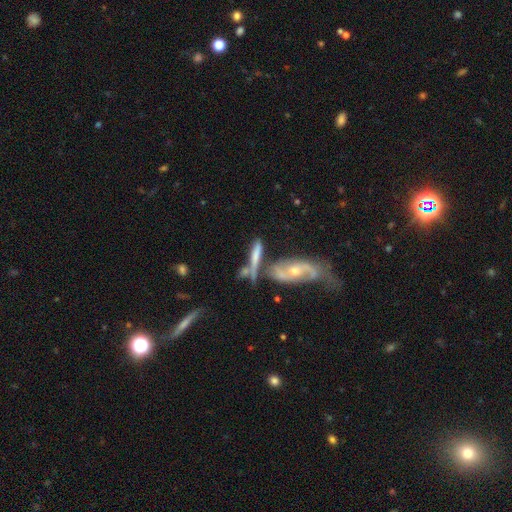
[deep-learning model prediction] smooth_or_featured: smooth (p=0.49) [alt: featured or disk p=0.43]
merging: merger (p=0.40) [alt: none p=0.39]